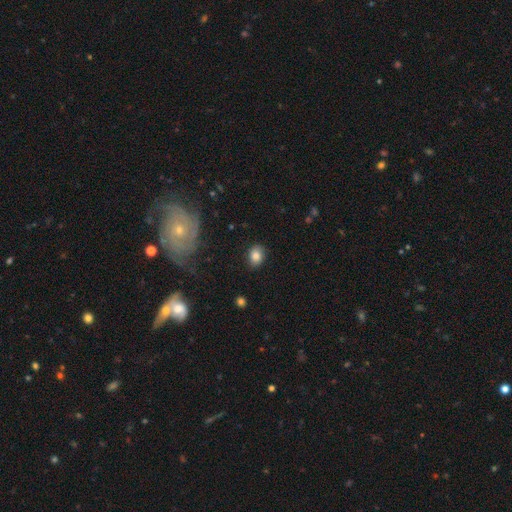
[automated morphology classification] Smooth or featured? Predicted: smooth (p=0.83). How rounded? Predicted: in between (p=0.55). Merging? Predicted: none (p=0.83).